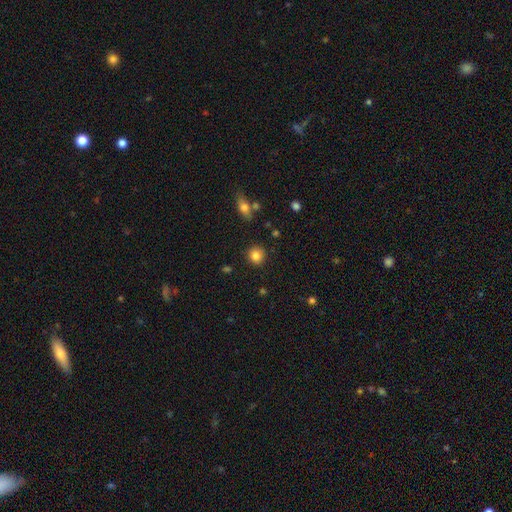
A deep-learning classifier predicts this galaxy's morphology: This is clearly a smooth galaxy (83%). How rounded: clearly round (89%). Merging: clearly none (89%).